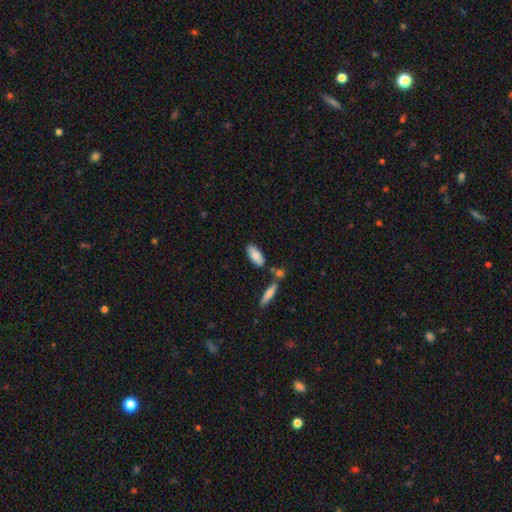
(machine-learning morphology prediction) Q: Smooth or featured?
A: smooth (82%); runner-up: featured or disk (11%)
Q: How rounded?
A: in between (79%); runner-up: cigar-shaped (19%)
Q: Merging?
A: none (72%); runner-up: minor disturbance (14%)